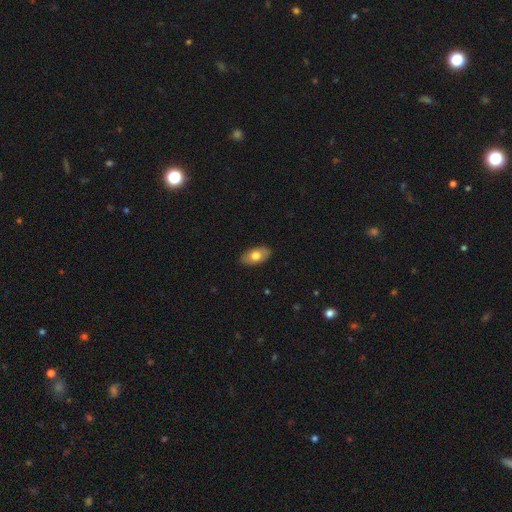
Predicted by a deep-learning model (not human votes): Smooth or featured? Predicted: smooth (p=0.72). How rounded? Predicted: in between (p=0.93). Merging? Predicted: none (p=0.88).